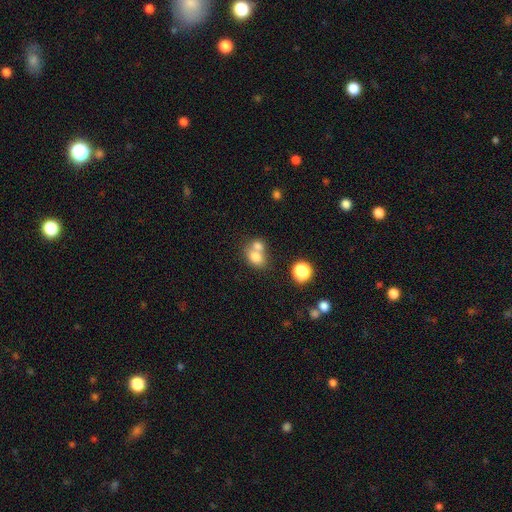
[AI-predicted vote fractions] Q: Smooth or featured?
A: smooth (75%); runner-up: featured or disk (14%)
Q: How rounded?
A: in between (58%); runner-up: round (41%)
Q: Merging?
A: merger (58%); runner-up: none (30%)